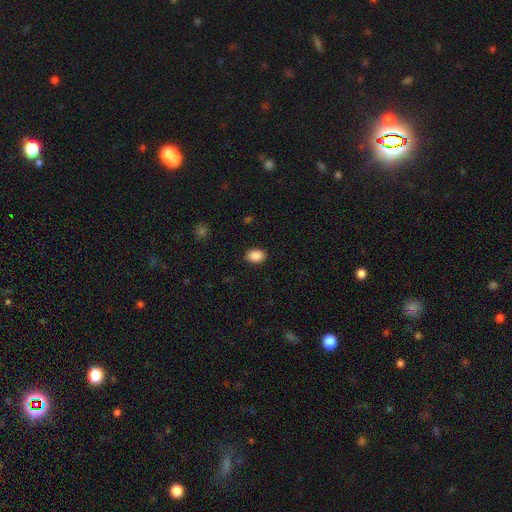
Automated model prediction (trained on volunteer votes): Overall: smooth (89%). How rounded: in between (74%). Merging: none (87%).